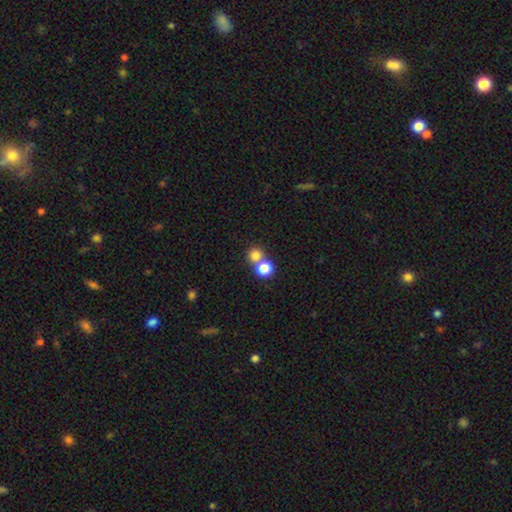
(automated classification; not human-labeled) A smooth galaxy with no disk features (80%) that is round (87%).

Vote fractions:
- Smooth or featured? smooth: 80% / star or artifact: 13% / featured or disk: 8%
- How rounded? round: 87% / in between: 12% / cigar-shaped: 1%
- Merging? none: 49% / merger: 43% / minor disturbance: 5% / major disturbance: 3%